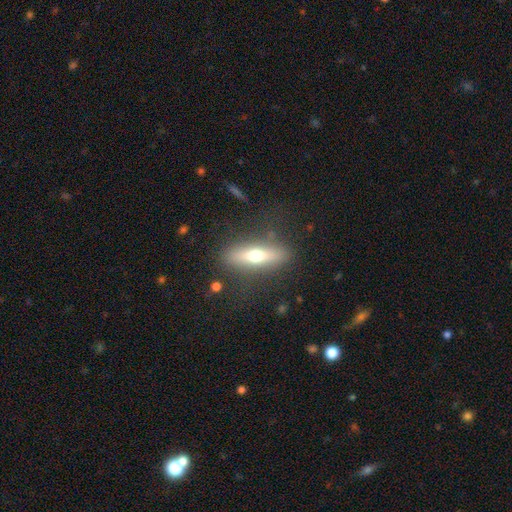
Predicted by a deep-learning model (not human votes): smooth-or-featured: smooth: 52% | featured or disk: 41% | star or artifact: 7%
  how-rounded: cigar-shaped: 59% | in between: 38% | round: 3%
  merging: none: 83% | minor disturbance: 11% | major disturbance: 5% | merger: 2%